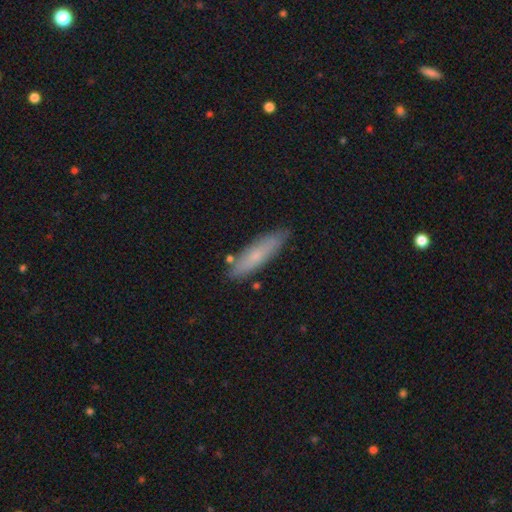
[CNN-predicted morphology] A smooth galaxy with no disk features (67%) that is cigar-shaped (74%). Merging: none (82%).